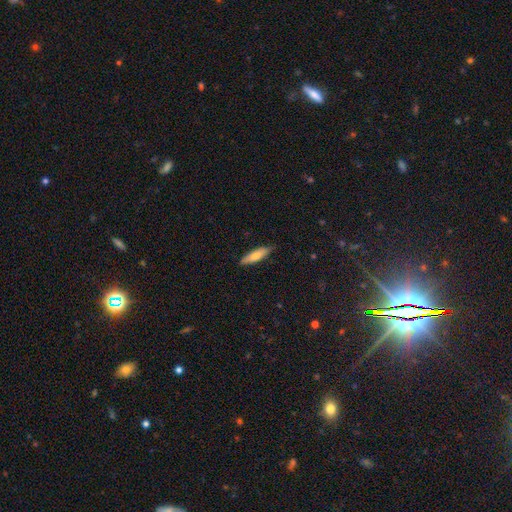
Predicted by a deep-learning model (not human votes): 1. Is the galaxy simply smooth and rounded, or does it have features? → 73% smooth, 22% featured or disk, 6% star or artifact.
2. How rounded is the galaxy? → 68% cigar-shaped, 30% in between, 2% round.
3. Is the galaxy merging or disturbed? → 84% none, 13% minor disturbance, 2% major disturbance, 1% merger.